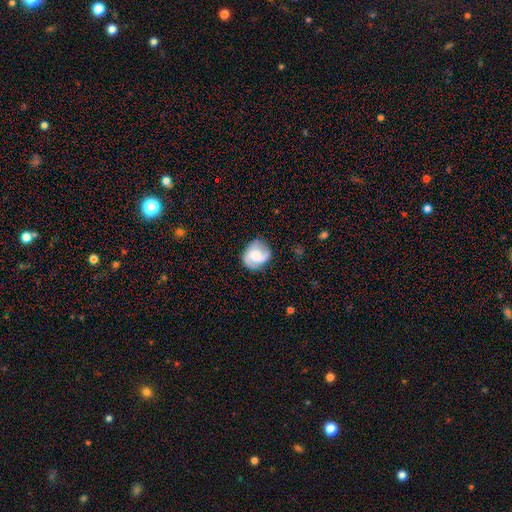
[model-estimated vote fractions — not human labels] Morphology: type=featured or disk (65%); edge-on=no (98%); bar=no (56%); spiral arms=yes (93%); winding=medium (46%); arm count=2 (62%); bulge=moderate (36%); merging=none (73%).